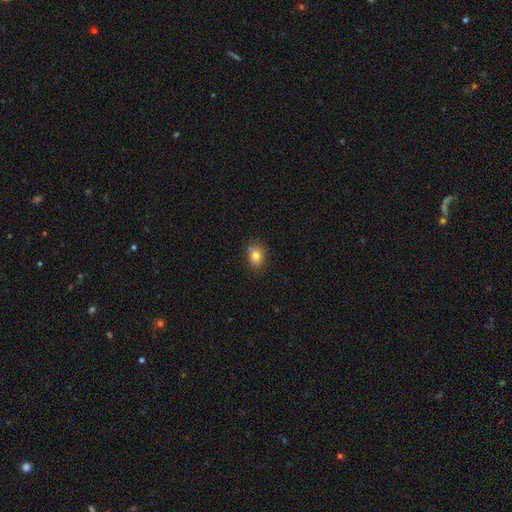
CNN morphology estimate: type=smooth (81%); roundness=in between (53%); merging=none (81%).